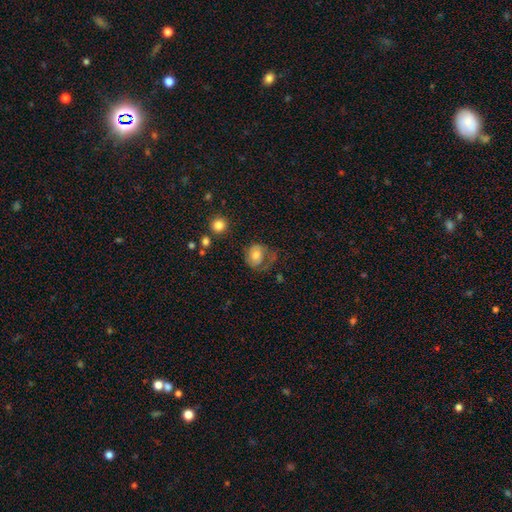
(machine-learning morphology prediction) Smooth or featured? smooth (60%)
How rounded? round (64%)
Merging? none (40%)